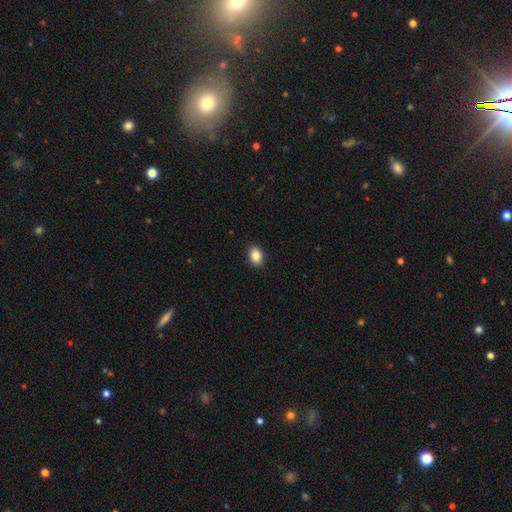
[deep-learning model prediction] Q: Smooth or featured?
A: smooth (87%); runner-up: star or artifact (8%)
Q: How rounded?
A: in between (75%); runner-up: round (24%)
Q: Merging?
A: none (90%); runner-up: minor disturbance (7%)